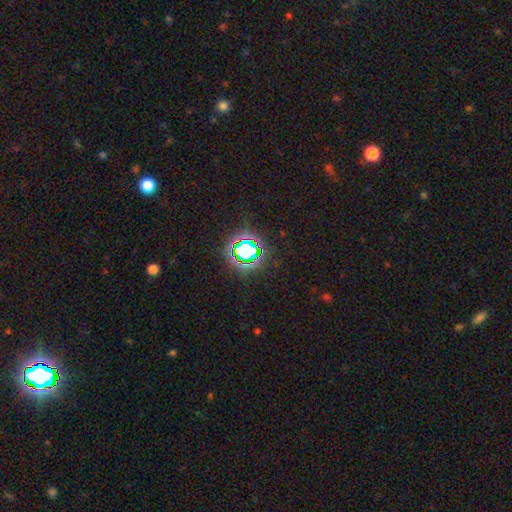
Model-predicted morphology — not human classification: Smooth or featured? Predicted: star or artifact (p=0.72).